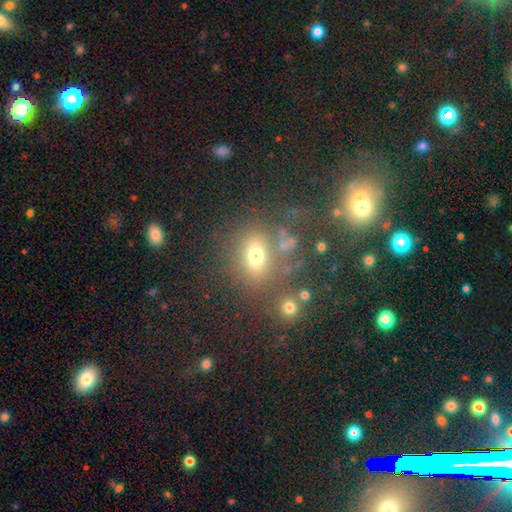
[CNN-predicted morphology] The model was most divided on "how rounded": in between: 55%, round: 41%, cigar-shaped: 3%. More confident: smooth or featured — smooth (66%); merging — none (63%).